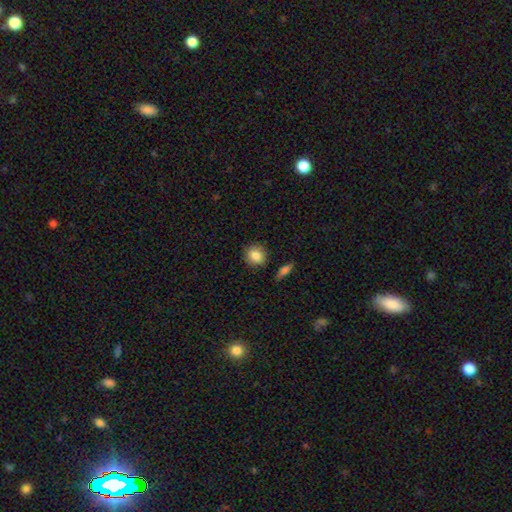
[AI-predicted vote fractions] Morphology: type=smooth (84%); roundness=round (85%); merging=none (87%).